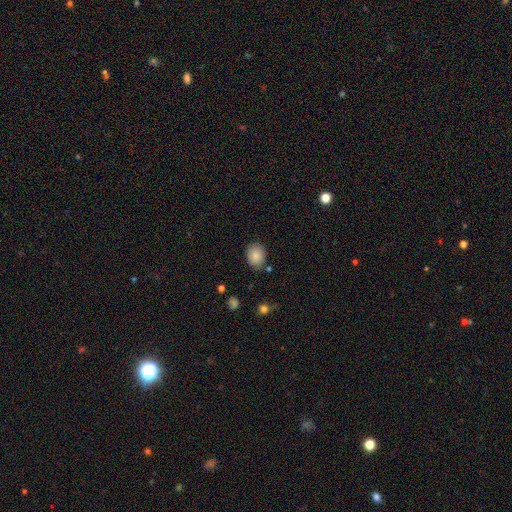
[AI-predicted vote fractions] smooth_or_featured: smooth (p=0.85) [alt: star or artifact p=0.08]
how_rounded: in between (p=0.52) [alt: round p=0.47]
merging: none (p=0.82) [alt: minor disturbance p=0.13]